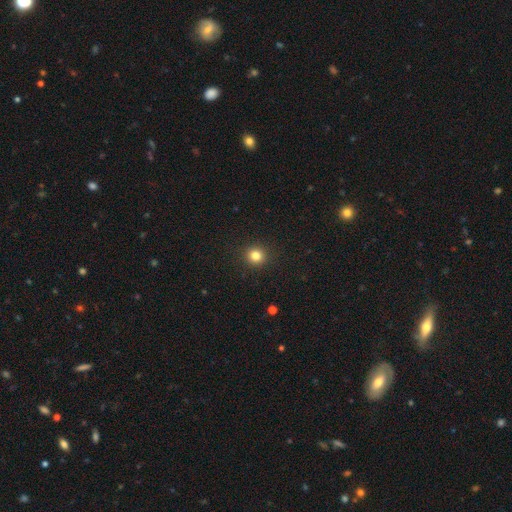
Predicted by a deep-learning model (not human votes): A smooth galaxy with no disk features (82%) that is round (92%).

Vote fractions:
- Smooth or featured? smooth: 82% / star or artifact: 13% / featured or disk: 5%
- How rounded? round: 92% / in between: 7% / cigar-shaped: 1%
- Merging? none: 92% / minor disturbance: 5% / major disturbance: 2% / merger: 1%